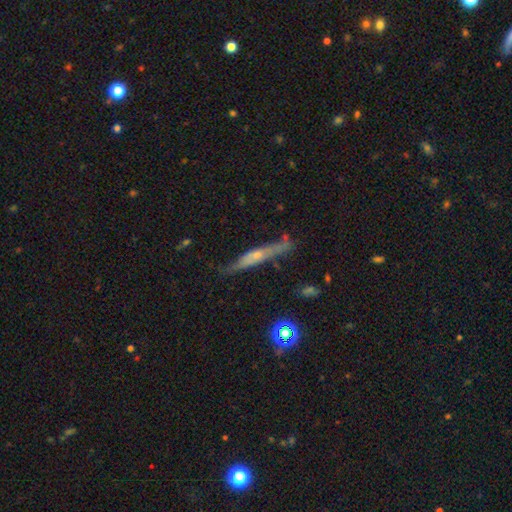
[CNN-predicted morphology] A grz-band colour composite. It shows a featured or disk galaxy (58%) viewed edge-on (87%) with a rounded central bulge (60%). Merging: none (68%).